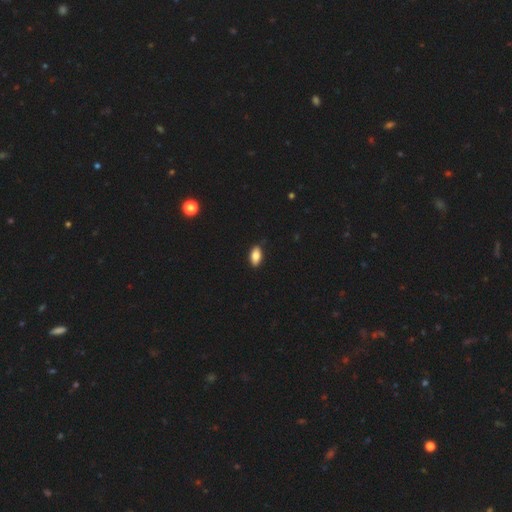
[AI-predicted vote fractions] This is clearly a smooth galaxy (83%). How rounded: clearly in between (91%). Merging: clearly none (85%).